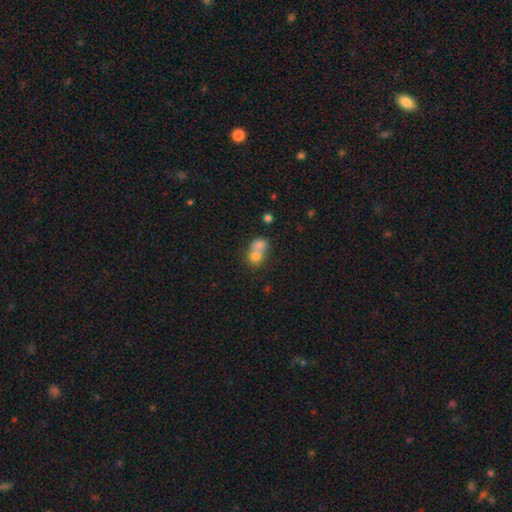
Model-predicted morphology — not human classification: type=smooth (75%); roundness=round (64%); merging=merger (69%).